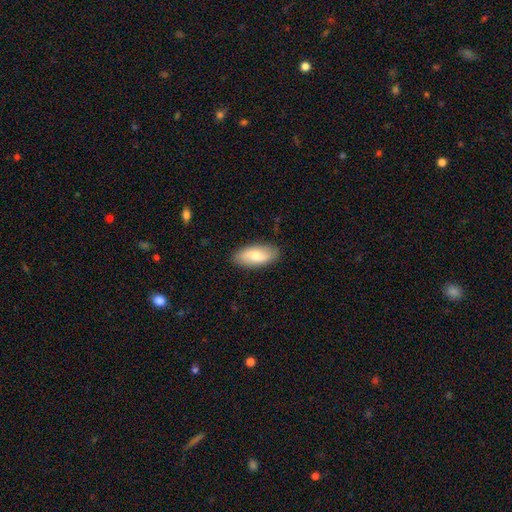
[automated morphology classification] Overall: smooth (70%). How rounded: in between (89%). Merging: none (87%).